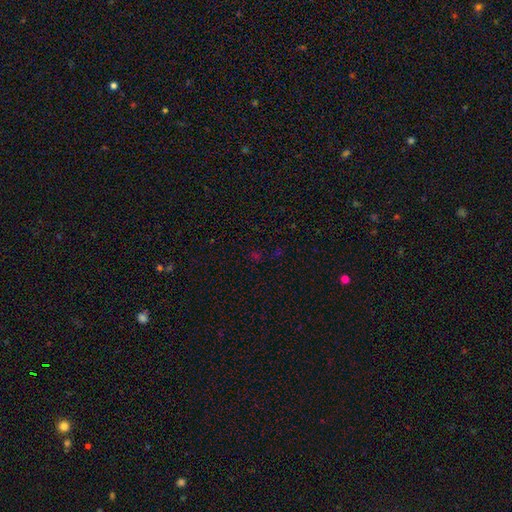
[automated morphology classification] smooth-or-featured: star or artifact: 58% | smooth: 35% | featured or disk: 7%